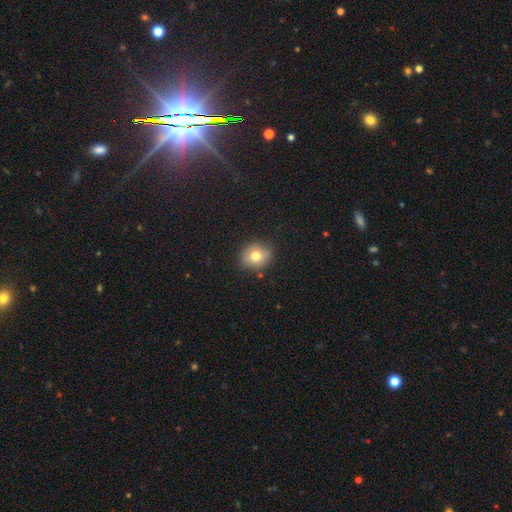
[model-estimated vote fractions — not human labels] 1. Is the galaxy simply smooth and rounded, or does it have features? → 76% smooth, 13% featured or disk, 11% star or artifact.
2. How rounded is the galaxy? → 73% round, 26% in between, 1% cigar-shaped.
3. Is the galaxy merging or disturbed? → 85% none, 11% minor disturbance, 3% major disturbance, 2% merger.